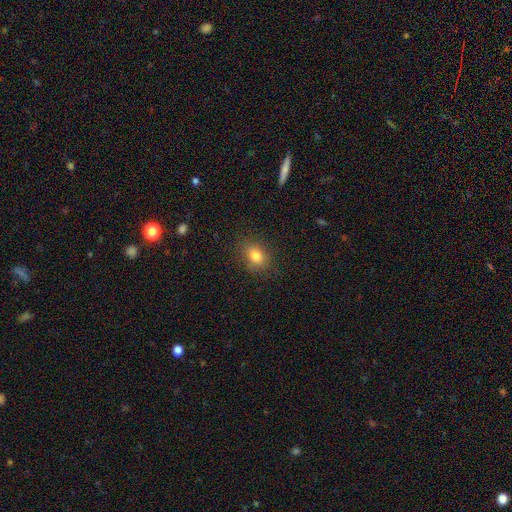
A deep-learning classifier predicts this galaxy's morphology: This appears to be a smooth galaxy with no disk features (81%) that is in between round and cigar-shaped (58%). Merging: none (85%).